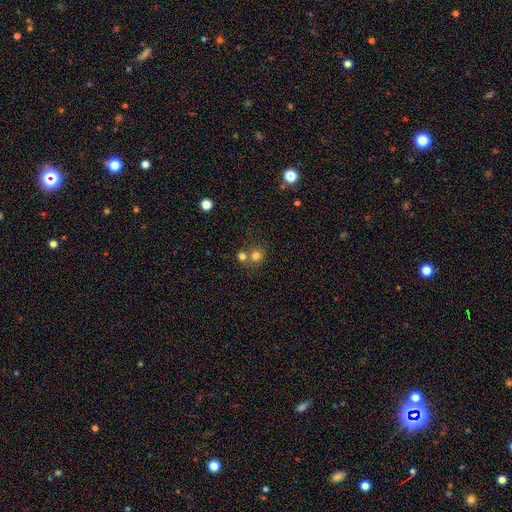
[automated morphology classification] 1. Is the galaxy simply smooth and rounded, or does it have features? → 75% smooth, 14% star or artifact, 11% featured or disk.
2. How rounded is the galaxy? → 84% round, 15% in between, 1% cigar-shaped.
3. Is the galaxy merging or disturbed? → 48% none, 42% merger, 7% minor disturbance, 3% major disturbance.